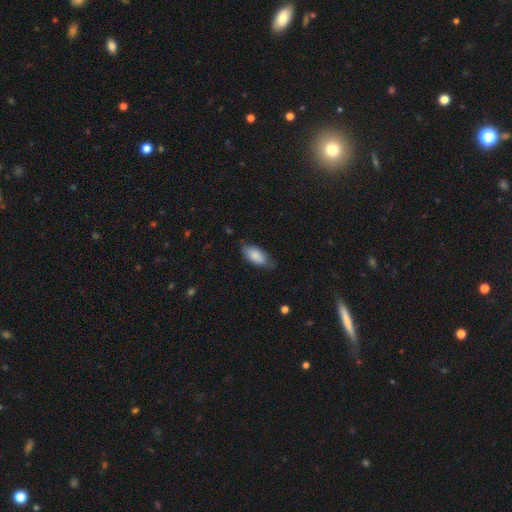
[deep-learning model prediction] This is clearly a smooth galaxy (82%). How rounded: clearly in between (88%). Merging: likely none (66%).